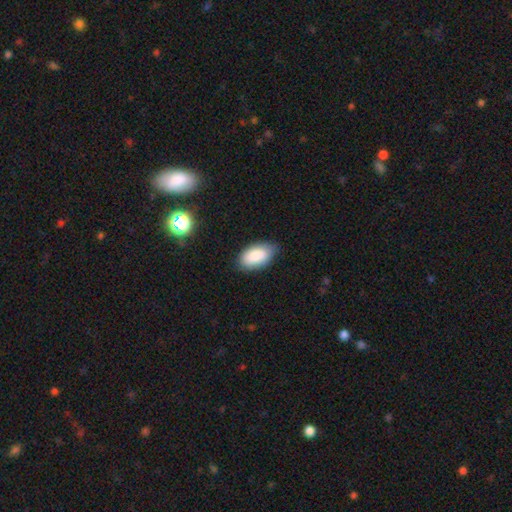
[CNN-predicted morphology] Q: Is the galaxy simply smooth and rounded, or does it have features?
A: smooth — 86%.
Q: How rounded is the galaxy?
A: in between — 94%.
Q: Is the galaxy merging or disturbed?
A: none — 78%.